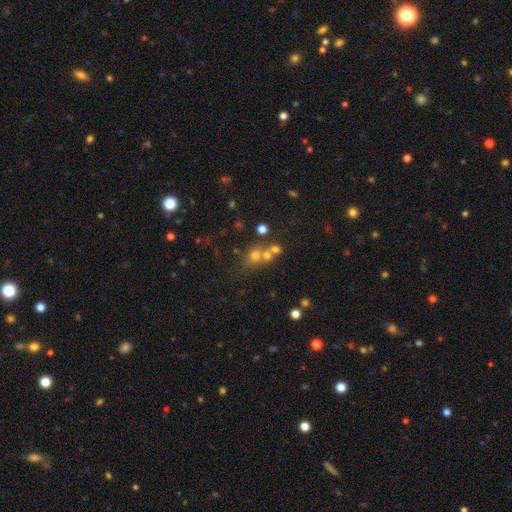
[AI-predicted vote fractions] smooth_or_featured: smooth (p=0.55) [alt: star or artifact p=0.27]
how_rounded: round (p=0.77) [alt: in between p=0.21]
merging: none (p=0.49) [alt: merger p=0.36]